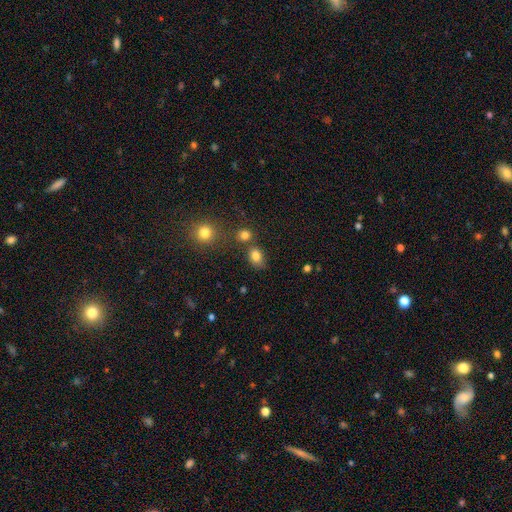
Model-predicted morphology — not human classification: Smooth or featured: smooth — 82% (star or artifact — 12%)
How rounded: in between — 62% (round — 36%)
Merging: none — 67% (merger — 15%)